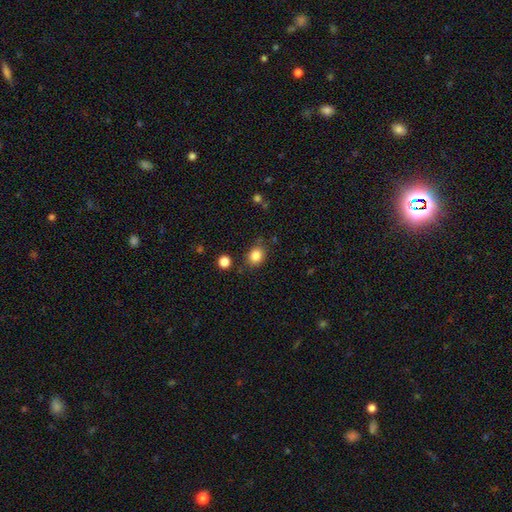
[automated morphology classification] This is clearly a smooth galaxy (85%). How rounded: possibly round (56%). Merging: likely none (80%).